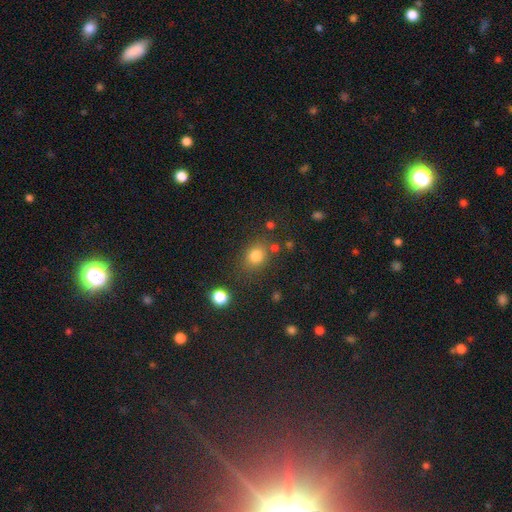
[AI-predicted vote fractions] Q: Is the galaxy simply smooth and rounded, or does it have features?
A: smooth — 80%.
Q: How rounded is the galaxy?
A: round — 61%.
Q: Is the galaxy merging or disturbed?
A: none — 74%.